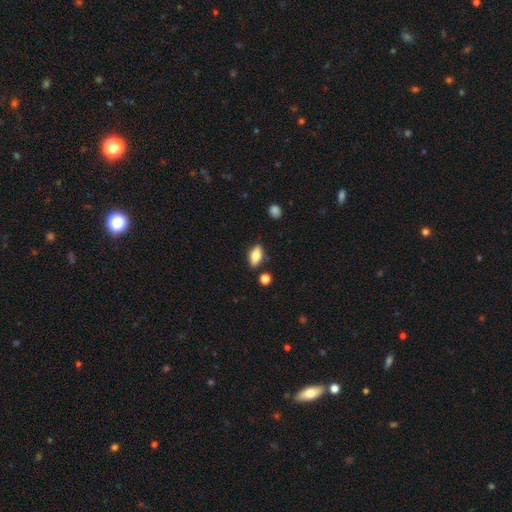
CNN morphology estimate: smooth 76%, featured or disk 17%, star or artifact 8%. Down the decision tree: how rounded — in between (85%); merging — none (83%).